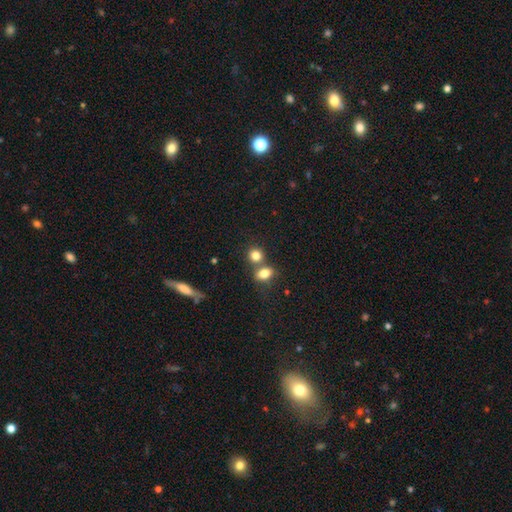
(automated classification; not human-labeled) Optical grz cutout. It shows a smooth galaxy with no disk features (81%) that is round (72%). Merging: none (51%).